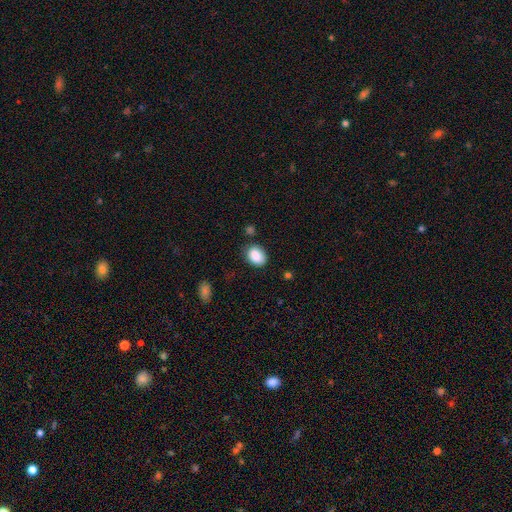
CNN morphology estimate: Overall: smooth (88%). How rounded: in between (72%). Merging: none (77%).